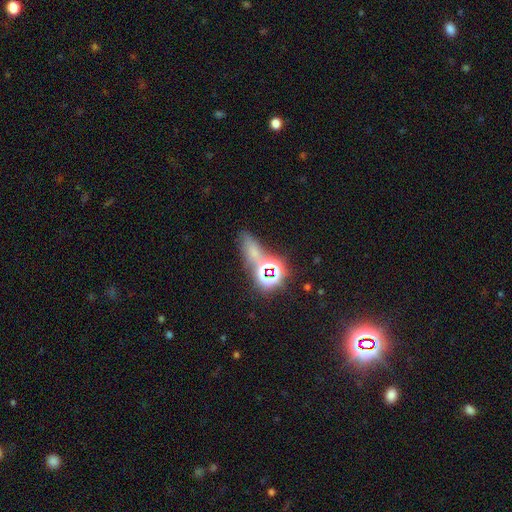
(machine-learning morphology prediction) The model was most divided on "smooth or featured": star or artifact: 57%, smooth: 31%, featured or disk: 13%.